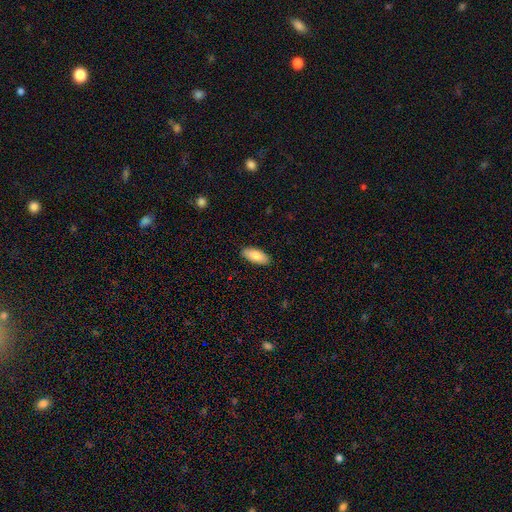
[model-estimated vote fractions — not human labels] A smooth galaxy with no disk features (86%) that is in between round and cigar-shaped (84%). Merging: none (90%).